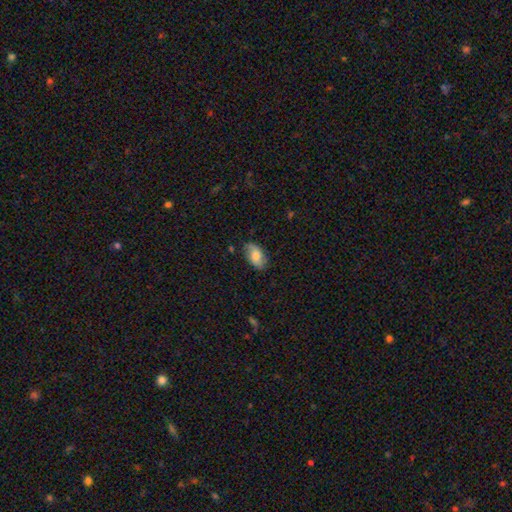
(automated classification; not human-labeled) This is likely a smooth galaxy (68%). How rounded: clearly in between (93%). Merging: likely none (74%).